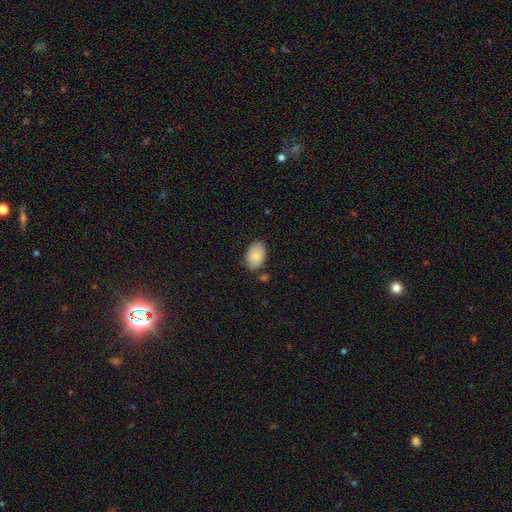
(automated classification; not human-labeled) Smooth or featured? Predicted: smooth (p=0.85). How rounded? Predicted: in between (p=0.89). Merging? Predicted: none (p=0.79).